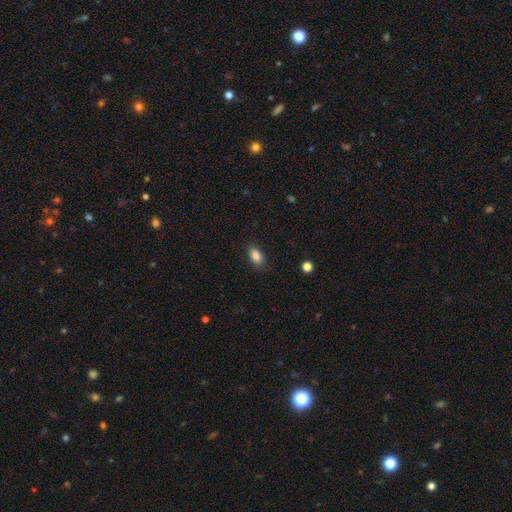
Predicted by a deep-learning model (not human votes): The model was most divided on "merging": none: 86%, minor disturbance: 10%, major disturbance: 3%, merger: 1%. More confident: how rounded — in between (89%); smooth or featured — smooth (86%).